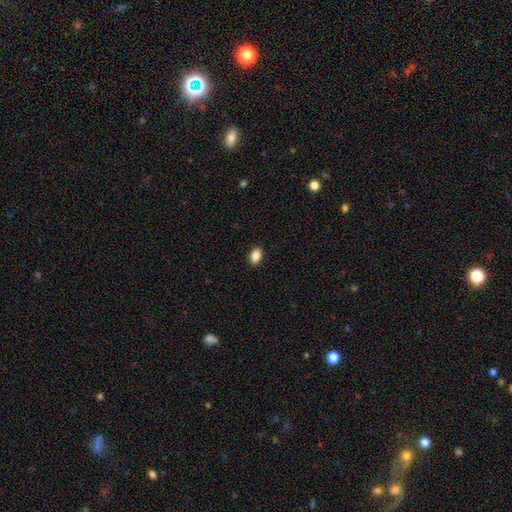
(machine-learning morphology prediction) The model was most divided on "how rounded": in between: 88%, round: 10%, cigar-shaped: 2%. More confident: merging — none (90%); smooth or featured — smooth (88%).